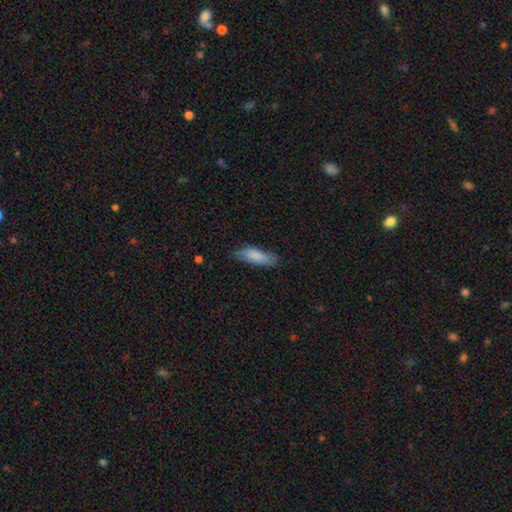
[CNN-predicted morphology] Q: Smooth or featured?
A: smooth (82%); runner-up: featured or disk (12%)
Q: How rounded?
A: in between (57%); runner-up: cigar-shaped (41%)
Q: Merging?
A: none (73%); runner-up: minor disturbance (22%)